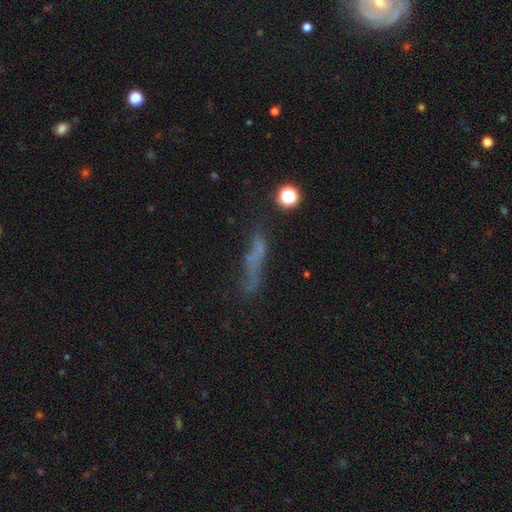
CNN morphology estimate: Smooth or featured?
  - smooth: 46% *
  - featured or disk: 34%
  - star or artifact: 20%
Merging?
  - none: 51% *
  - minor disturbance: 22%
  - major disturbance: 19%
  - merger: 9%